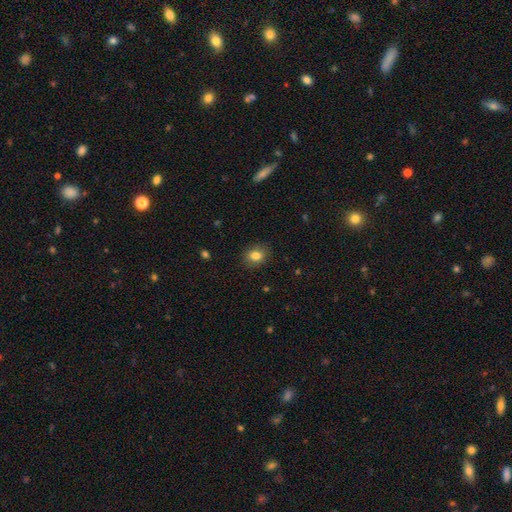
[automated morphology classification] smooth 82%, star or artifact 10%, featured or disk 7%. Down the decision tree: how rounded — round (50%); merging — none (86%).